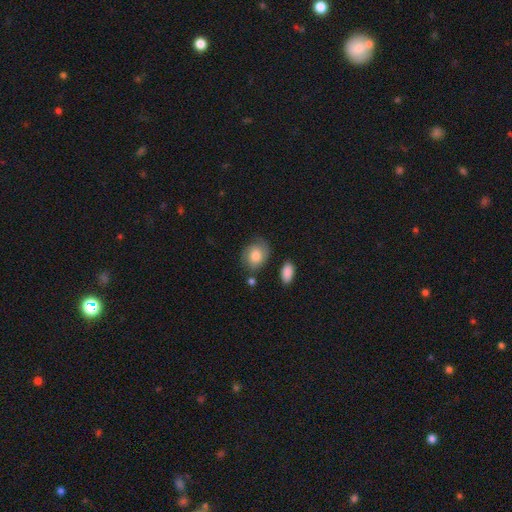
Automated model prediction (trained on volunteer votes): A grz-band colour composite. It shows a smooth galaxy with no disk features (67%) that is in between round and cigar-shaped (52%). Merging: none (63%).